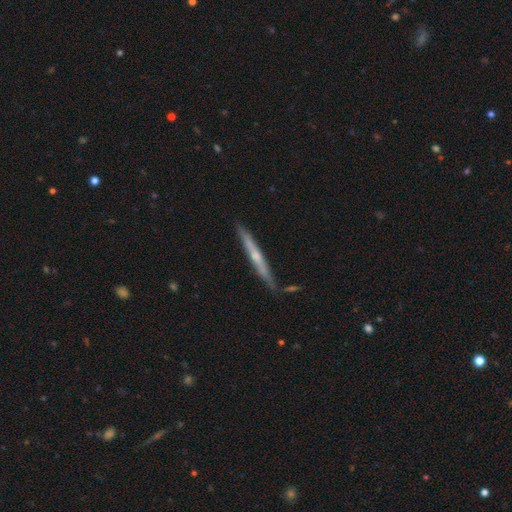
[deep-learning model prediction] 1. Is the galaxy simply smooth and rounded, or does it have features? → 59% featured or disk, 35% smooth, 6% star or artifact.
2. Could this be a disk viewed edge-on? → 95% yes, 5% no.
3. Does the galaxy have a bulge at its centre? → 50% rounded, 46% none, 5% boxy.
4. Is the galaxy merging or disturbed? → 81% none, 13% minor disturbance, 4% merger, 2% major disturbance.